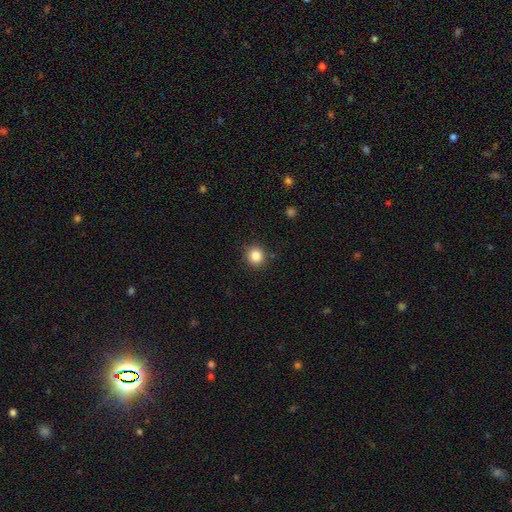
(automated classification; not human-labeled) Q: Smooth or featured?
A: smooth (85%); runner-up: star or artifact (10%)
Q: How rounded?
A: round (91%); runner-up: in between (8%)
Q: Merging?
A: none (90%); runner-up: minor disturbance (7%)